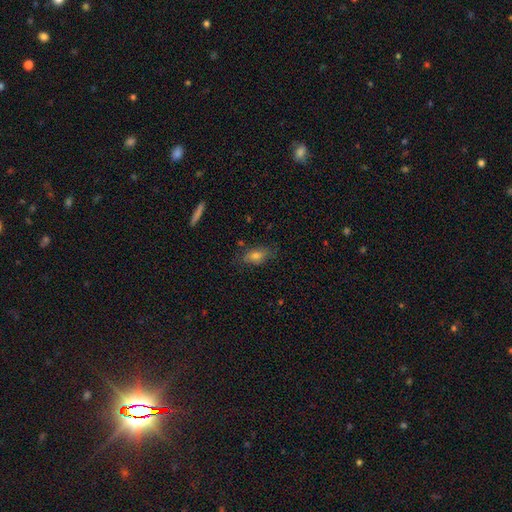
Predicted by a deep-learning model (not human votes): Q: Smooth or featured?
A: smooth (63%); runner-up: featured or disk (24%)
Q: How rounded?
A: in between (78%); runner-up: cigar-shaped (12%)
Q: Merging?
A: none (76%); runner-up: minor disturbance (18%)